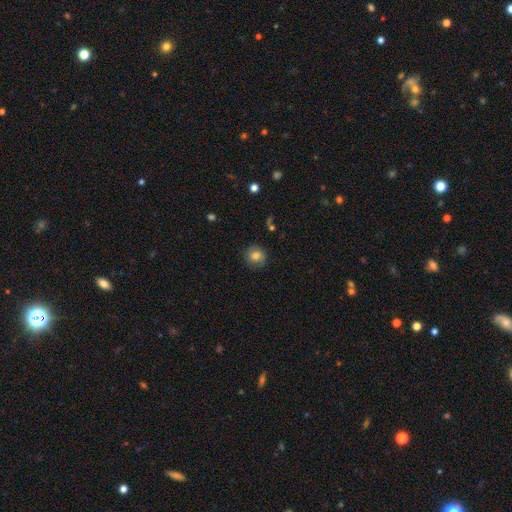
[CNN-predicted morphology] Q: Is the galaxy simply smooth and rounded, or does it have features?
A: smooth — 79%.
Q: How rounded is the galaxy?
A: round — 88%.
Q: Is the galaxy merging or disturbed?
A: none — 84%.